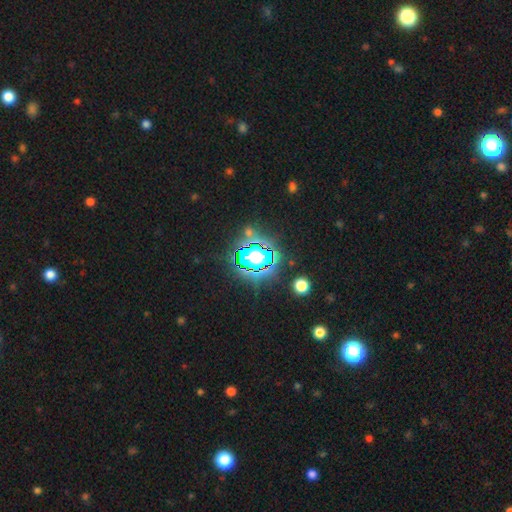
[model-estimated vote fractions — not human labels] A star or artifact, not a galaxy (74%).